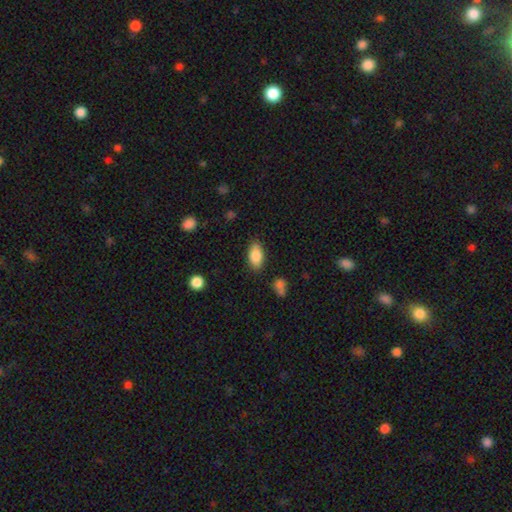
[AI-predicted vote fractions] Morphology: type=smooth (86%); roundness=in between (91%); merging=none (84%).